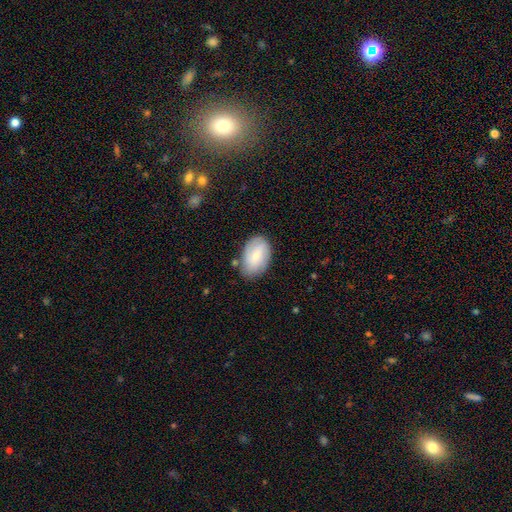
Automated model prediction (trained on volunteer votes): smooth 60%, featured or disk 33%, star or artifact 7%. Down the decision tree: how rounded — in between (89%); merging — none (76%).